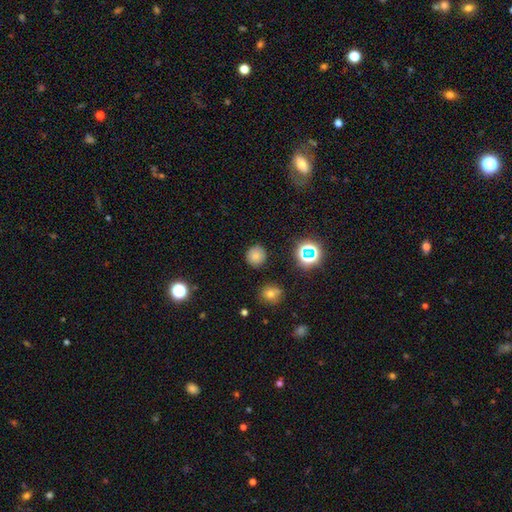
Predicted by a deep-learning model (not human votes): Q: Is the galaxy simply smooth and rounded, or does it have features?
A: smooth — 74%.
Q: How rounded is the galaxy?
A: round — 93%.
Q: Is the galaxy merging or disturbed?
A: none — 87%.